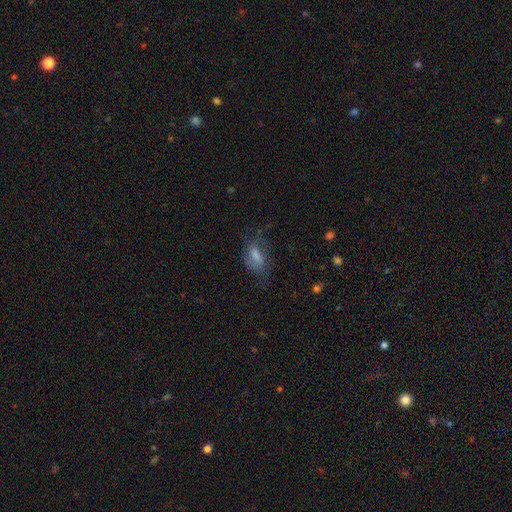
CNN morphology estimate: Smooth or featured: smooth — 44% (featured or disk — 41%)
Merging: none — 57% (minor disturbance — 24%)